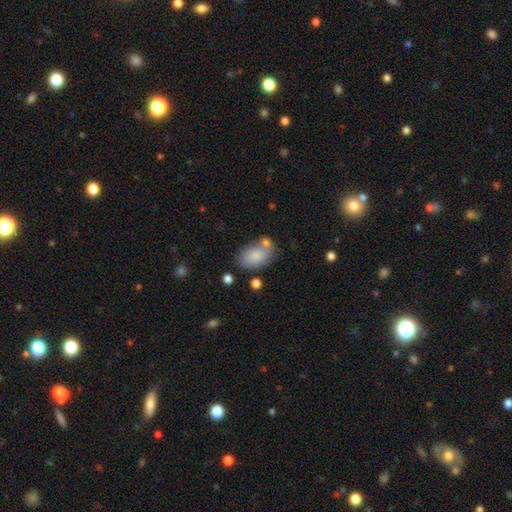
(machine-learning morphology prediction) Overall: smooth (82%). How rounded: in between (90%). Merging: none (59%).